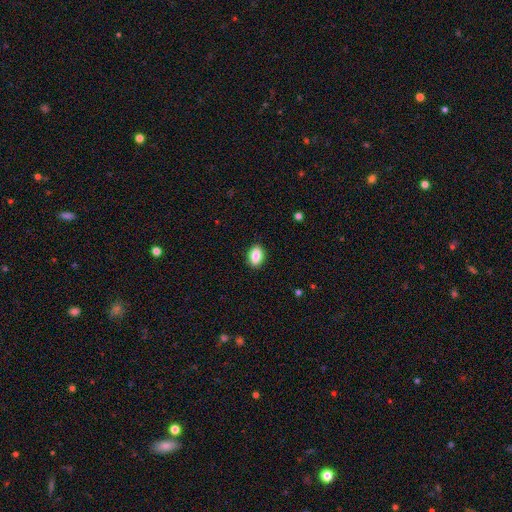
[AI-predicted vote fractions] Morphology: type=smooth (87%); roundness=in between (88%); merging=none (89%).